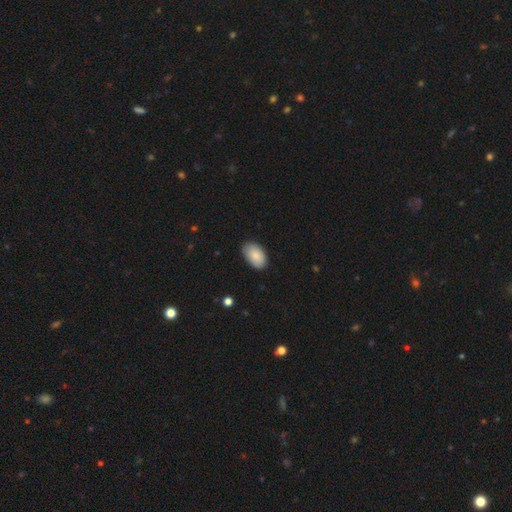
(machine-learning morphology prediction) Smooth or featured? Predicted: smooth (p=0.89). How rounded? Predicted: in between (p=0.95). Merging? Predicted: none (p=0.85).